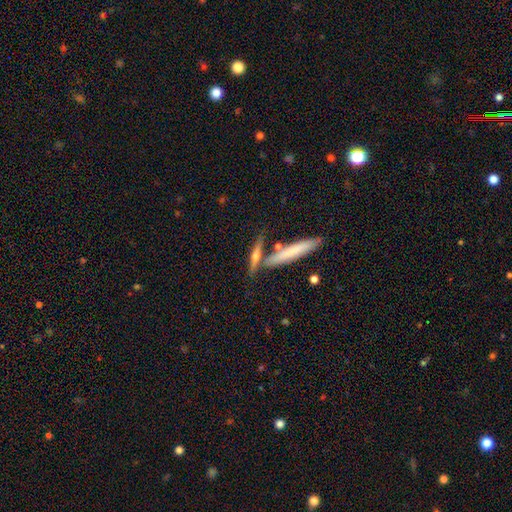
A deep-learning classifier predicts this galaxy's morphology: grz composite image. It shows a smooth galaxy with no disk features (49%). Merging: none (66%).